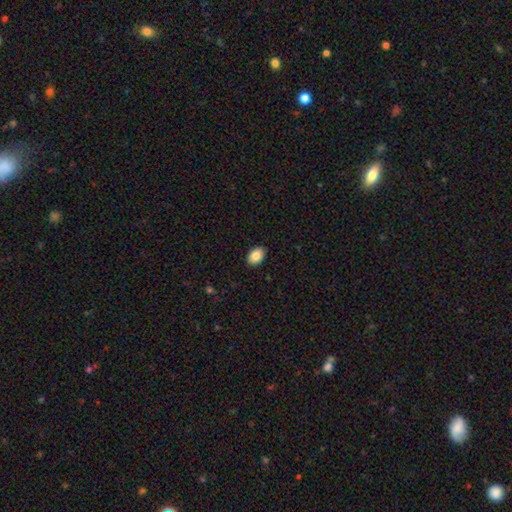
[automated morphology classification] A smooth galaxy with no disk features (87%) that is in between round and cigar-shaped (85%).

Vote fractions:
- Smooth or featured? smooth: 87% / star or artifact: 7% / featured or disk: 6%
- How rounded? in between: 85% / round: 14% / cigar-shaped: 1%
- Merging? none: 90% / minor disturbance: 7% / major disturbance: 2% / merger: 1%